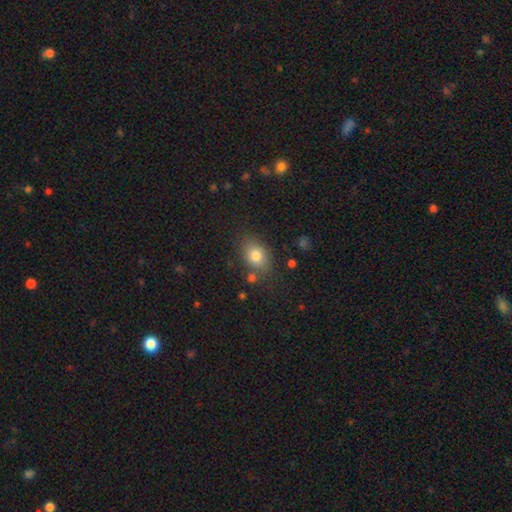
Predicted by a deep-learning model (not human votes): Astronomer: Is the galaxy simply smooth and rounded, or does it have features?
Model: smooth — 79%.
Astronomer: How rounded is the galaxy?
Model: in between — 71%.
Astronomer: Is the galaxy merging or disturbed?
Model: none — 75%.